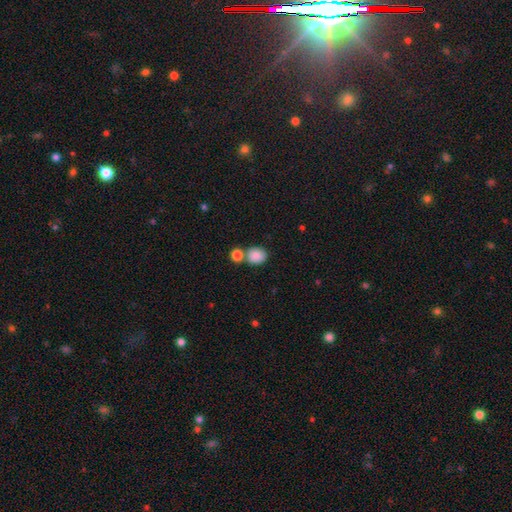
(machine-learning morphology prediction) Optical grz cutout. It shows a smooth galaxy with no disk features (86%) that is round (63%). Merging: none (61%).